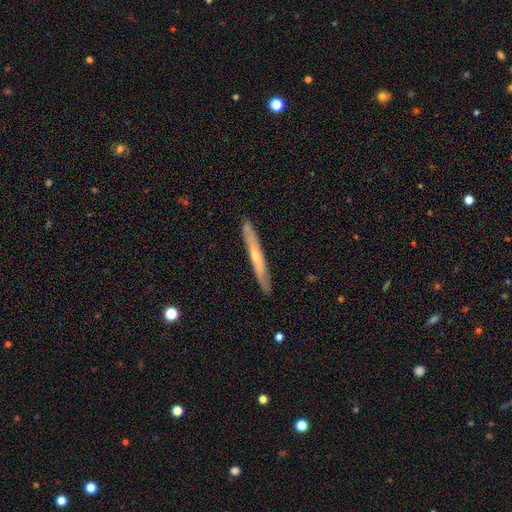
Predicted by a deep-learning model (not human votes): The model was most divided on "edge-on bulge" (2-way tie): rounded: 48%, none: 48%, boxy: 4%. More confident: edge-on disk — yes (89%); merging — none (87%); smooth or featured — featured or disk (59%).